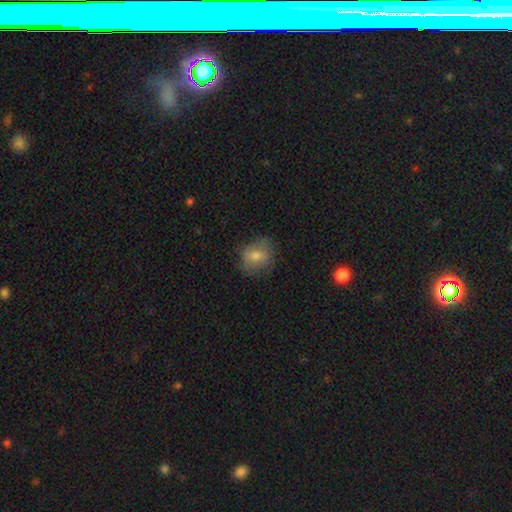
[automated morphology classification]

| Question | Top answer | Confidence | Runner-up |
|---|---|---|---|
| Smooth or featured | smooth | 69% | featured or disk (21%) |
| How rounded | round | 60% | in between (39%) |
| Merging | none | 72% | minor disturbance (21%) |